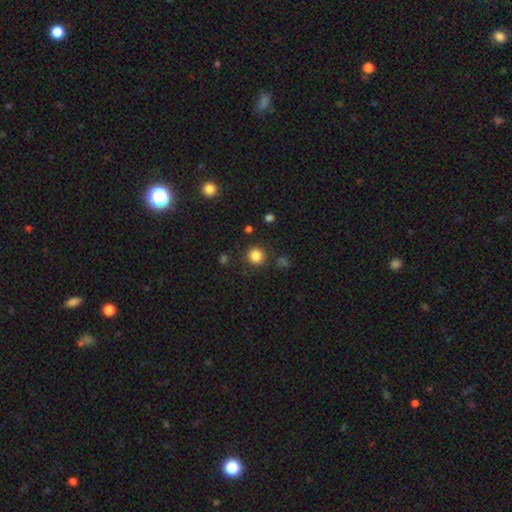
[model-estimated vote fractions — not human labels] Smooth or featured?
  - smooth: 84% *
  - star or artifact: 12%
  - featured or disk: 4%
How rounded?
  - round: 93% *
  - in between: 6%
  - cigar-shaped: 1%
Merging?
  - none: 87% *
  - minor disturbance: 7%
  - major disturbance: 3%
  - merger: 3%